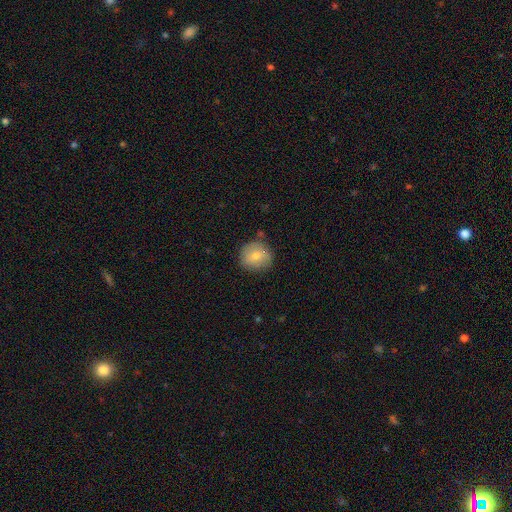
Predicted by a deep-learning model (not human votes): Q: Smooth or featured?
A: smooth (74%); runner-up: featured or disk (18%)
Q: How rounded?
A: round (88%); runner-up: in between (11%)
Q: Merging?
A: none (77%); runner-up: minor disturbance (17%)